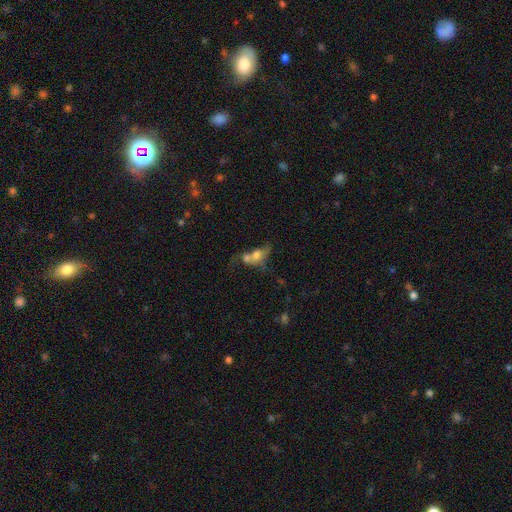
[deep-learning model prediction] Smooth or featured? smooth (54%)
How rounded? in between (62%)
Merging? merger (62%)